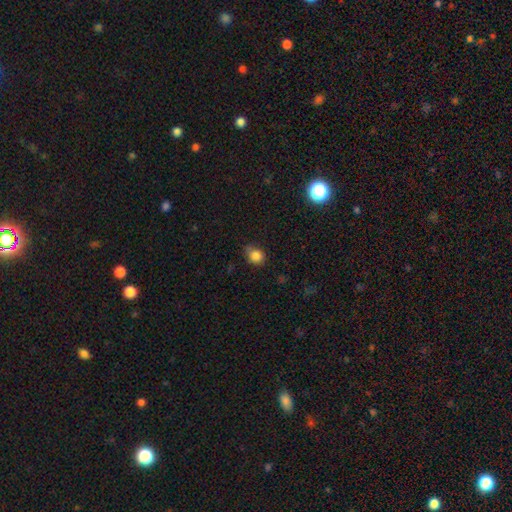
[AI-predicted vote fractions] The model was most divided on "merging": none: 61%, minor disturbance: 30%, major disturbance: 7%, merger: 2%. More confident: smooth or featured — smooth (84%); how rounded — round (68%).